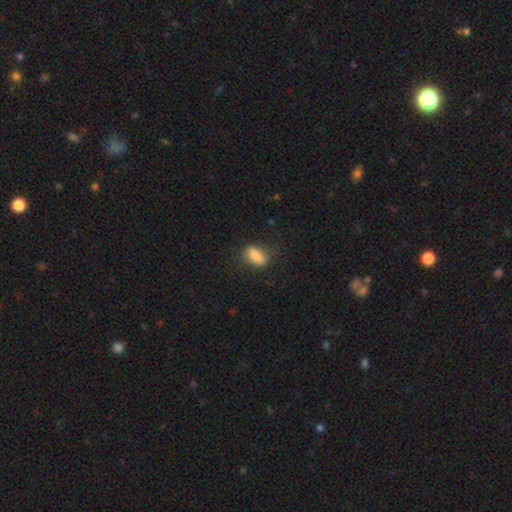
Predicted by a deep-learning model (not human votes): smooth 83%, featured or disk 9%, star or artifact 9%. Down the decision tree: how rounded — in between (76%); merging — none (72%).